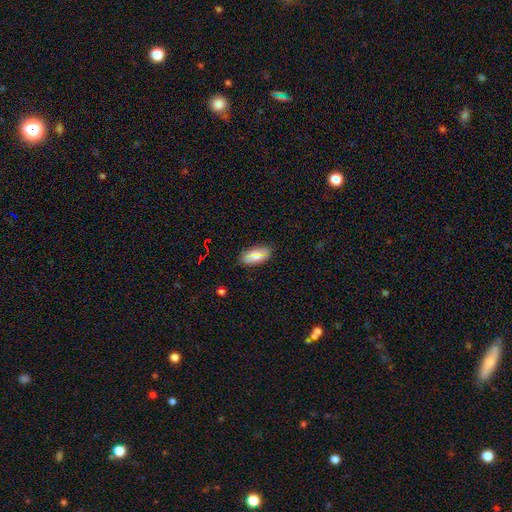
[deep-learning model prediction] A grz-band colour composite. It shows a smooth galaxy with no disk features (77%) that is in between round and cigar-shaped (88%). Merging: none (81%).